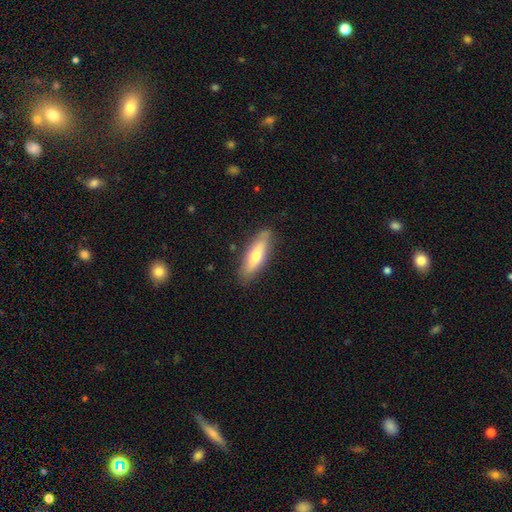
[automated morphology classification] A smooth galaxy with no disk features (62%) that is cigar-shaped (56%). Merging: none (83%).